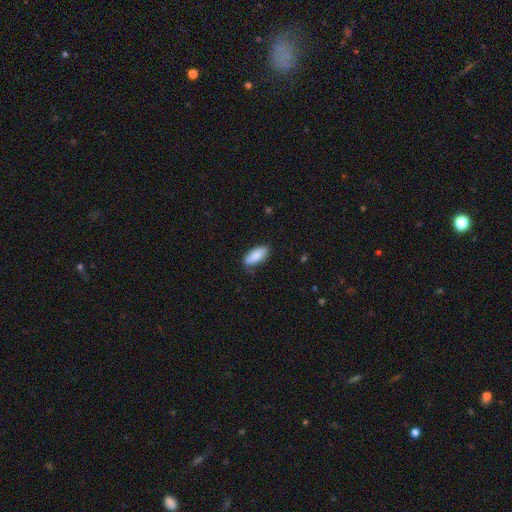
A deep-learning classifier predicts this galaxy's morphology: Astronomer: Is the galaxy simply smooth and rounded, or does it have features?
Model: smooth — 87%.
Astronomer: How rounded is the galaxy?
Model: in between — 84%.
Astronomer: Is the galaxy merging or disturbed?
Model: none — 77%.